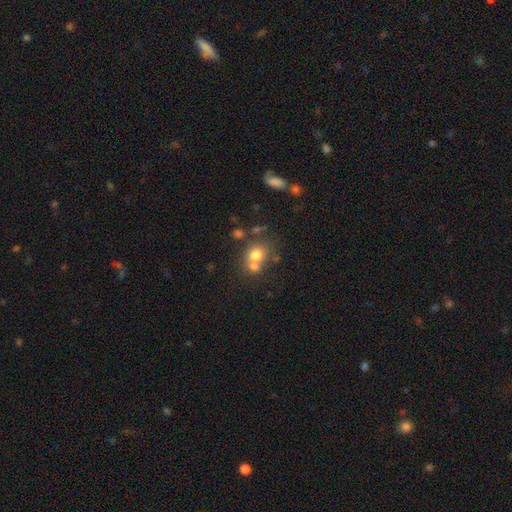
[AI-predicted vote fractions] Morphology: type=smooth (71%); roundness=round (70%); merging=merger (46%).